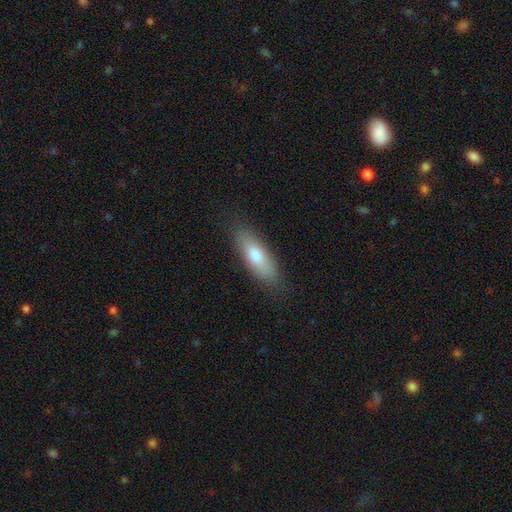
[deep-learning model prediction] A smooth galaxy with no disk features (74%) that is in between round and cigar-shaped (65%).

Vote fractions:
- Smooth or featured? smooth: 74% / featured or disk: 20% / star or artifact: 6%
- How rounded? in between: 65% / cigar-shaped: 33% / round: 2%
- Merging? none: 82% / minor disturbance: 14% / major disturbance: 3% / merger: 1%